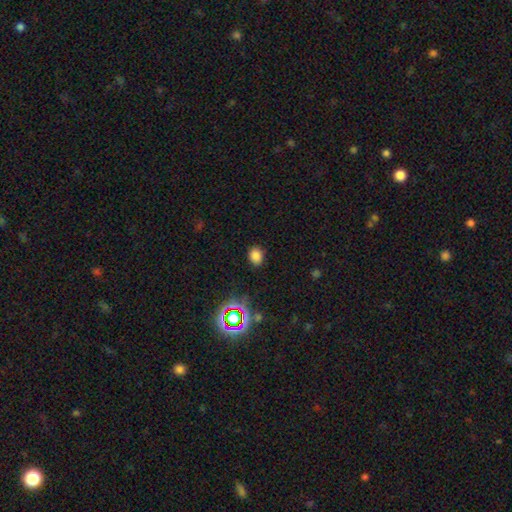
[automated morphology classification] Smooth or featured: smooth — 77% (star or artifact — 18%)
How rounded: in between — 54% (round — 45%)
Merging: none — 84% (minor disturbance — 12%)